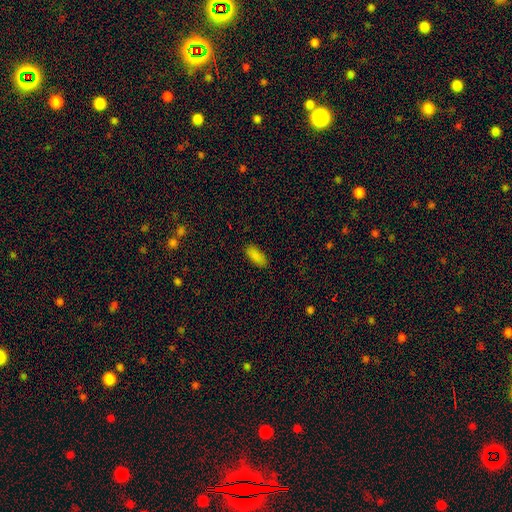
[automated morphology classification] Overall: smooth (87%). How rounded: in between (81%). Merging: none (89%).